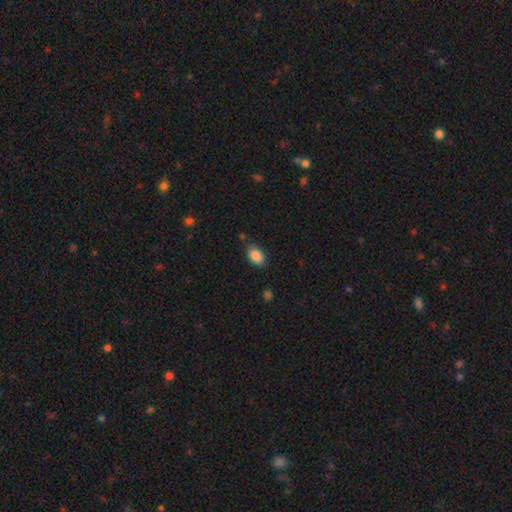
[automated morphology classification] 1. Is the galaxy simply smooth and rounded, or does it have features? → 88% smooth, 8% star or artifact, 4% featured or disk.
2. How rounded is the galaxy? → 88% in between, 11% round, 1% cigar-shaped.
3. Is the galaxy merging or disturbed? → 76% none, 17% minor disturbance, 4% major disturbance, 3% merger.